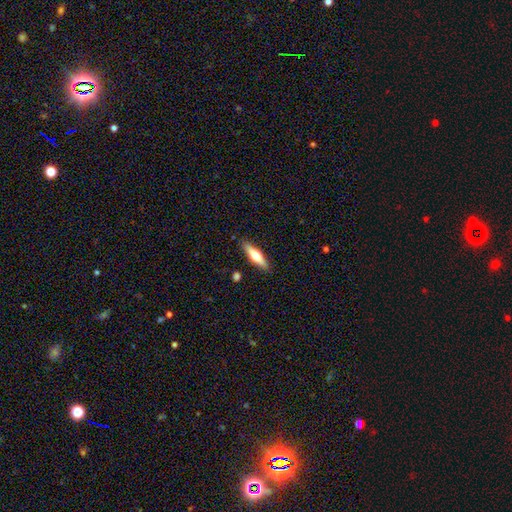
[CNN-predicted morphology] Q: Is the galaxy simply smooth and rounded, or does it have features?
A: smooth — 51%.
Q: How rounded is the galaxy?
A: cigar-shaped — 67%.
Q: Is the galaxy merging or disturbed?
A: none — 88%.